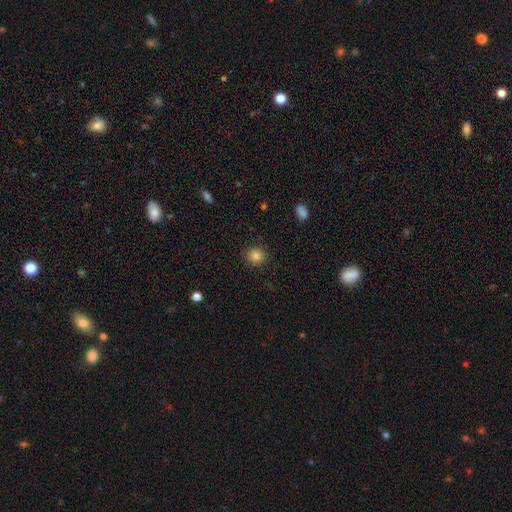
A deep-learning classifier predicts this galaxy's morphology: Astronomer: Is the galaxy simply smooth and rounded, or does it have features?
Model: smooth — 85%.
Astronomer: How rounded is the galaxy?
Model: round — 90%.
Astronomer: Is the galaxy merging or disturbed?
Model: none — 89%.